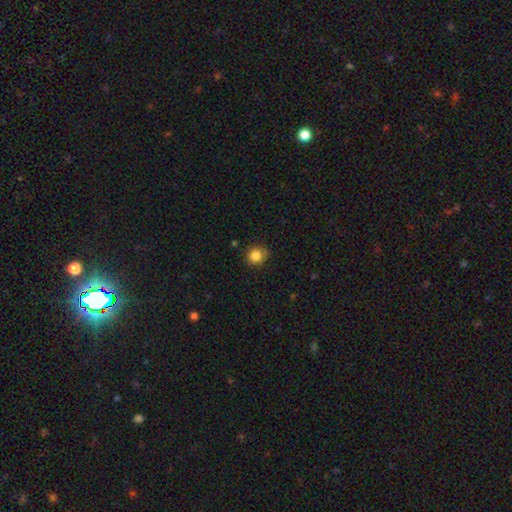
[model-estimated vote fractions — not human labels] smooth_or_featured: smooth (p=0.84) [alt: star or artifact p=0.11]
how_rounded: round (p=0.88) [alt: in between p=0.11]
merging: none (p=0.79) [alt: minor disturbance p=0.16]